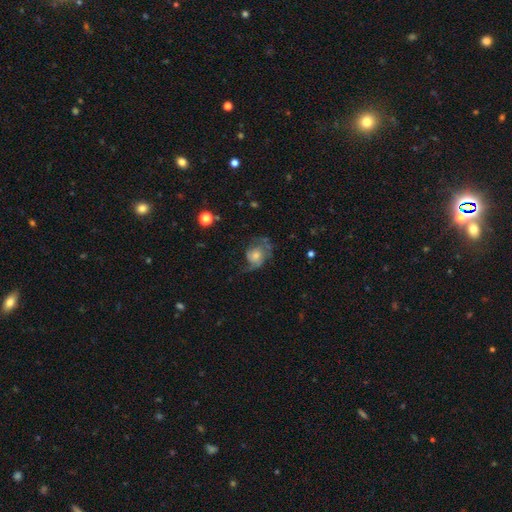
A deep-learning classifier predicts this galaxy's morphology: This appears to be a featured or disk galaxy (69%) with no bar (75%), 2 (56%) medium (42%) spiral arms (88%) and a moderate central bulge (42%). Merging: none (47%).